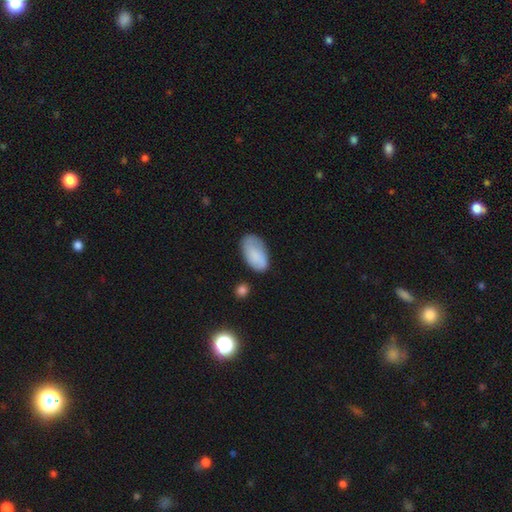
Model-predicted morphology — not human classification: This appears to be a smooth galaxy with no disk features (81%) that is in between round and cigar-shaped (95%). Merging: none (65%).